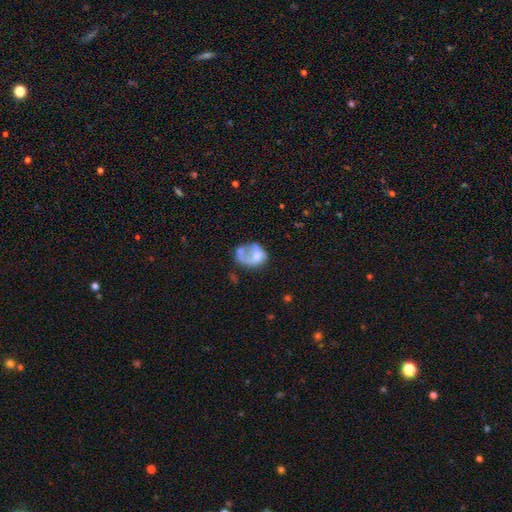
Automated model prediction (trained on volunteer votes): This is possibly a featured or disk galaxy (46%). Merging: marginally major disturbance (43%).